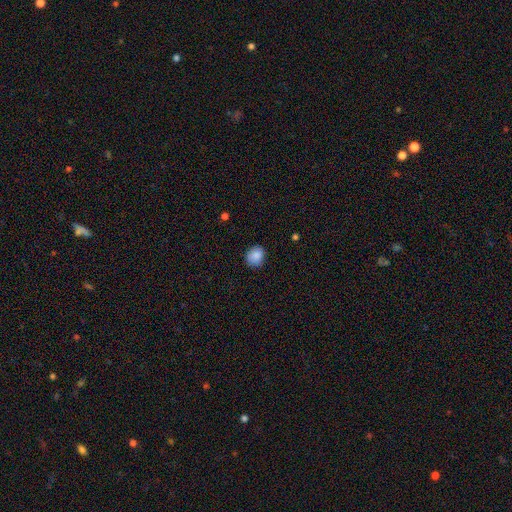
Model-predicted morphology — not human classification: Overall: smooth (87%). How rounded: round (70%). Merging: none (81%).